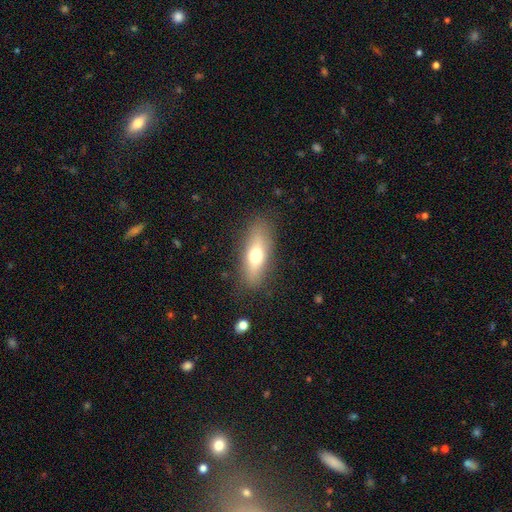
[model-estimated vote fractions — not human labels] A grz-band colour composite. It shows a smooth galaxy with no disk features (62%) that is in between round and cigar-shaped (57%). Merging: none (85%).